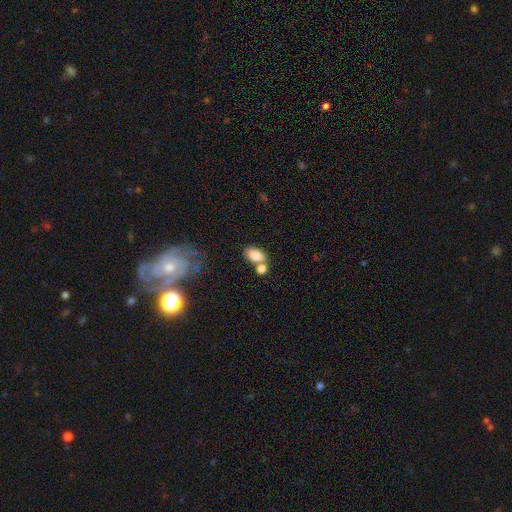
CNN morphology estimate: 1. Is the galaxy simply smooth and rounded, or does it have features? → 81% smooth, 11% featured or disk, 9% star or artifact.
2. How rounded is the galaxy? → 88% in between, 10% round, 2% cigar-shaped.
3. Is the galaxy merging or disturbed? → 53% none, 29% merger, 13% minor disturbance, 5% major disturbance.